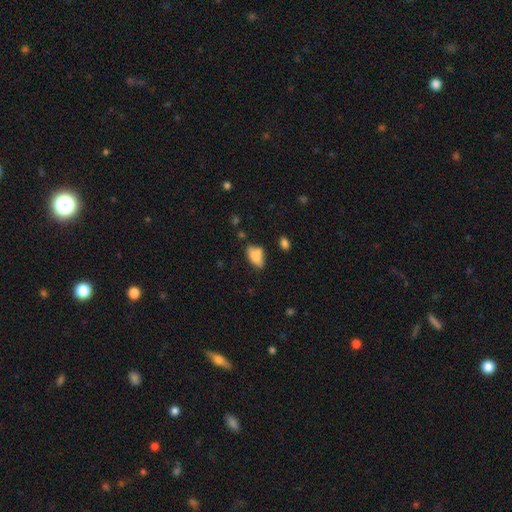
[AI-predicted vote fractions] smooth-or-featured: smooth: 76% | featured or disk: 15% | star or artifact: 9%
  how-rounded: in between: 88% | cigar-shaped: 6% | round: 6%
  merging: none: 50% | minor disturbance: 28% | merger: 13% | major disturbance: 9%